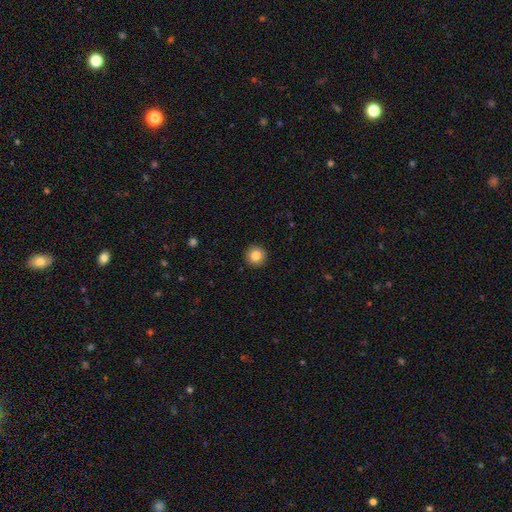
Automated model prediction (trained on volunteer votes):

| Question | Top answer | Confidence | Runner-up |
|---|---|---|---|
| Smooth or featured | smooth | 83% | star or artifact (10%) |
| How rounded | round | 95% | in between (4%) |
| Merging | none | 93% | minor disturbance (5%) |